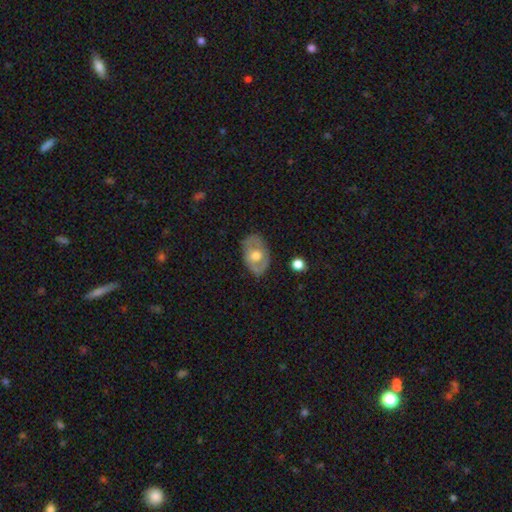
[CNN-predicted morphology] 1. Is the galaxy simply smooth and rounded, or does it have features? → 51% featured or disk, 43% smooth, 6% star or artifact.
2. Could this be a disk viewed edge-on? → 90% no, 10% yes.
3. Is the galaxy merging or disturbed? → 78% none, 17% minor disturbance, 4% major disturbance, 1% merger.